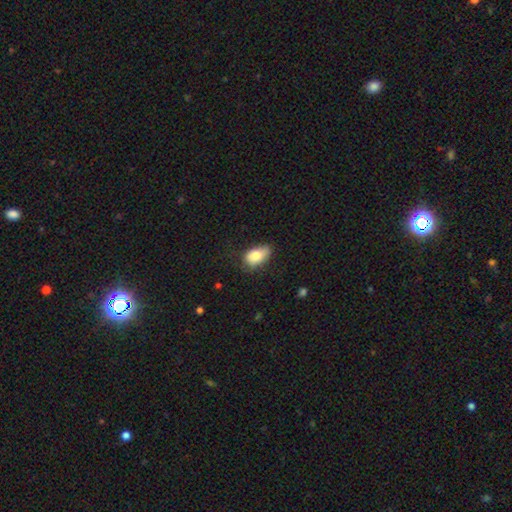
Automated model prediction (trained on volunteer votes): The model was most divided on "merging": none: 57%, minor disturbance: 32%, major disturbance: 8%, merger: 2%. More confident: how rounded — in between (90%); smooth or featured — smooth (81%).